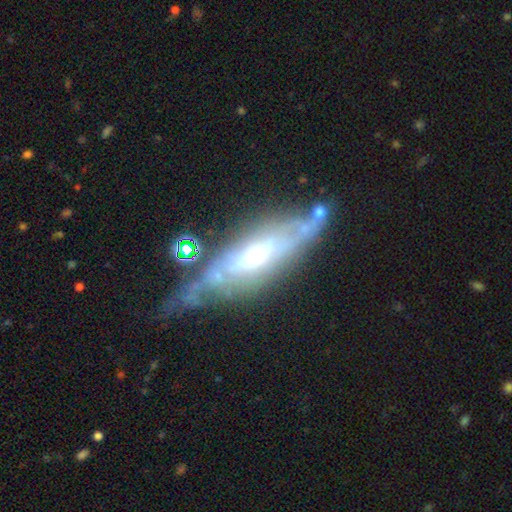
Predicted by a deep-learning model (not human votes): Morphology: type=featured or disk (75%); edge-on=no (58%); merging=none (49%).